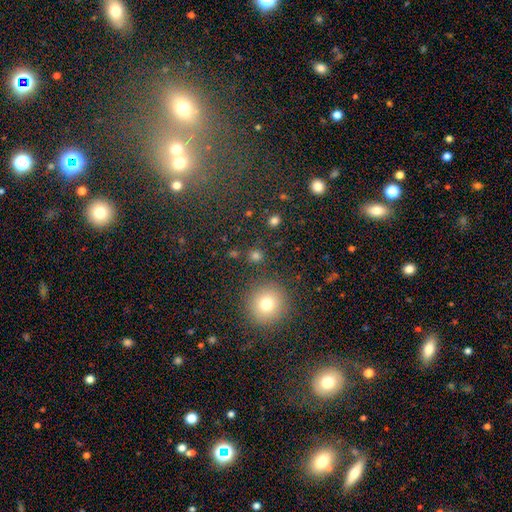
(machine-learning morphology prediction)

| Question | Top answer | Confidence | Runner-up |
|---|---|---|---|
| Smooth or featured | smooth | 74% | star or artifact (20%) |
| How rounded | round | 91% | in between (8%) |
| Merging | none | 87% | minor disturbance (6%) |